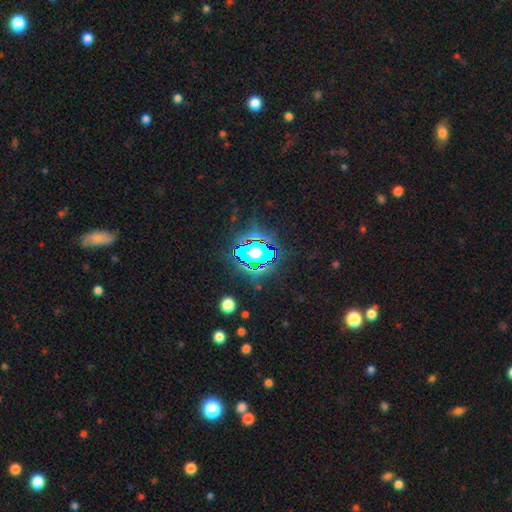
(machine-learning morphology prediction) This appears to be a star or artifact, not a galaxy (81%).